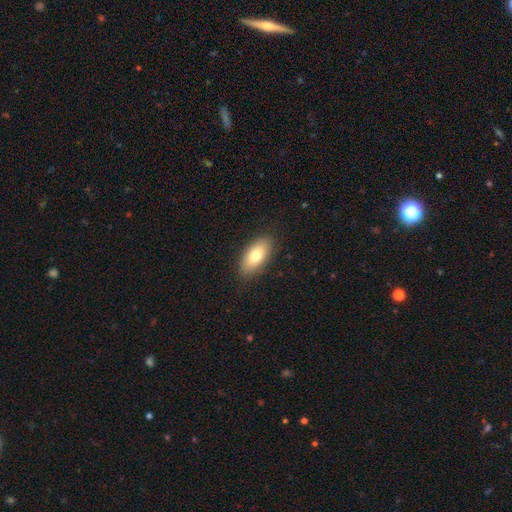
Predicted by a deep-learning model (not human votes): Q: Smooth or featured?
A: smooth (76%); runner-up: featured or disk (17%)
Q: How rounded?
A: in between (90%); runner-up: cigar-shaped (7%)
Q: Merging?
A: none (86%); runner-up: minor disturbance (10%)